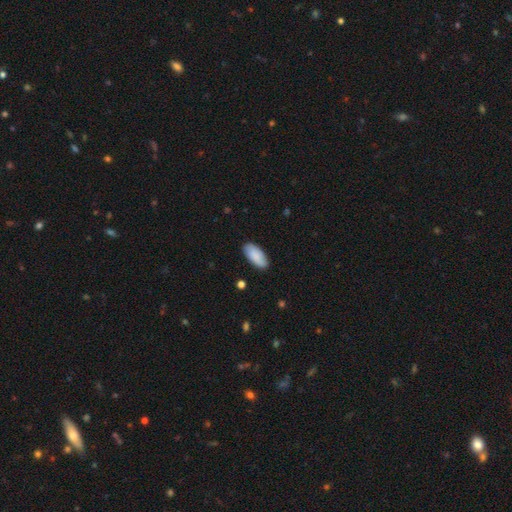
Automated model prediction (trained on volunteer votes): This appears to be a smooth galaxy with no disk features (87%) that is in between round and cigar-shaped (91%). Merging: none (87%).